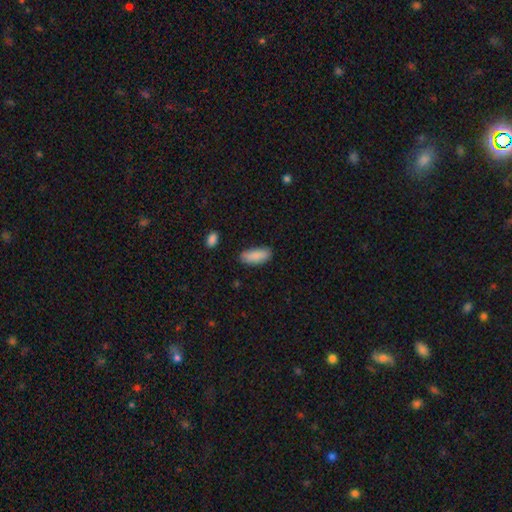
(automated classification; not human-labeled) A smooth galaxy with no disk features (88%) that is in between round and cigar-shaped (80%).

Vote fractions:
- Smooth or featured? smooth: 88% / star or artifact: 6% / featured or disk: 6%
- How rounded? in between: 80% / cigar-shaped: 18% / round: 2%
- Merging? none: 81% / minor disturbance: 14% / major disturbance: 3% / merger: 2%